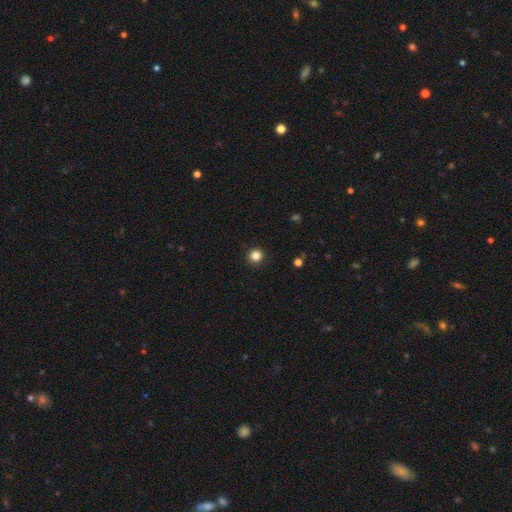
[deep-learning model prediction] The model was most divided on "smooth or featured": smooth: 84%, star or artifact: 12%, featured or disk: 4%. More confident: how rounded — round (94%); merging — none (93%).